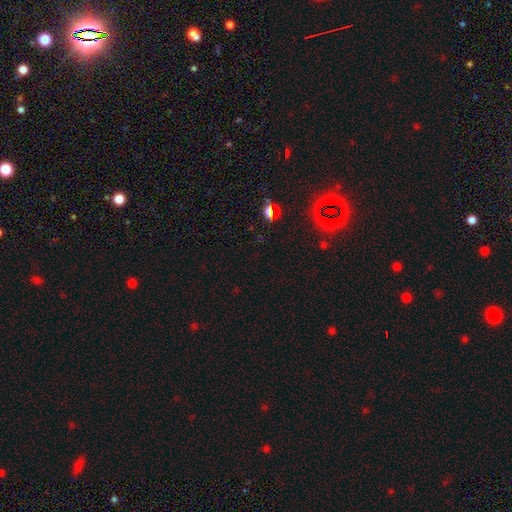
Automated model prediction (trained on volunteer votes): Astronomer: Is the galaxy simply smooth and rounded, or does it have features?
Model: star or artifact — 70%.